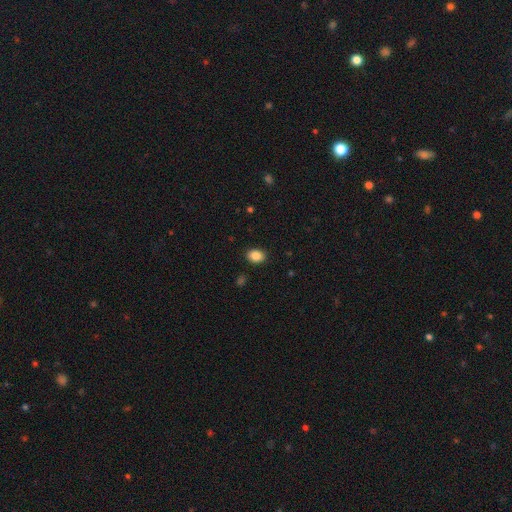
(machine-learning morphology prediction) Overall: smooth (87%). How rounded: in between (63%; round 36%). Merging: none (90%).